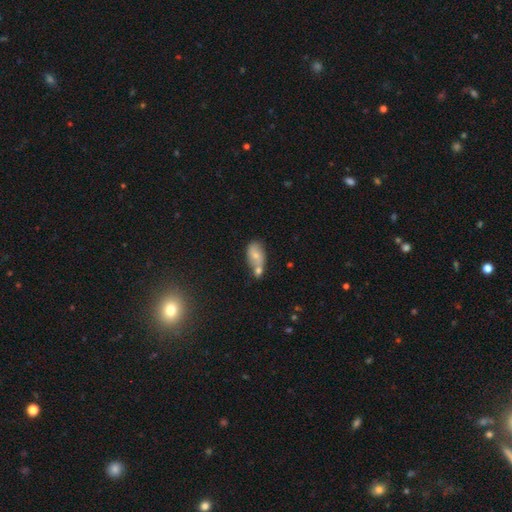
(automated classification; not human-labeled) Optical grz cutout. It shows a smooth galaxy with no disk features (66%) that is in between round and cigar-shaped (88%). Merging: merger (46%).